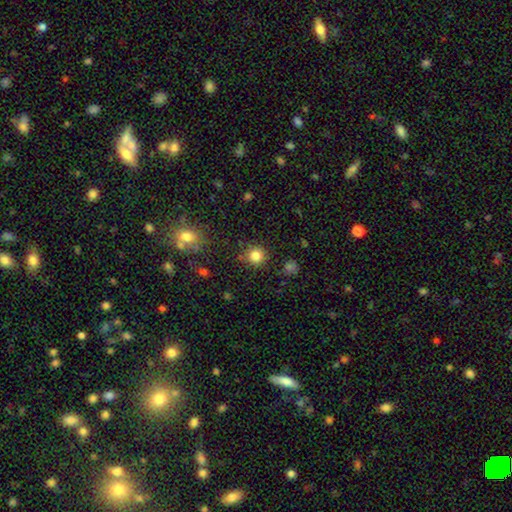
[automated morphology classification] This is clearly a smooth galaxy (83%). How rounded: clearly round (94%). Merging: clearly none (87%).